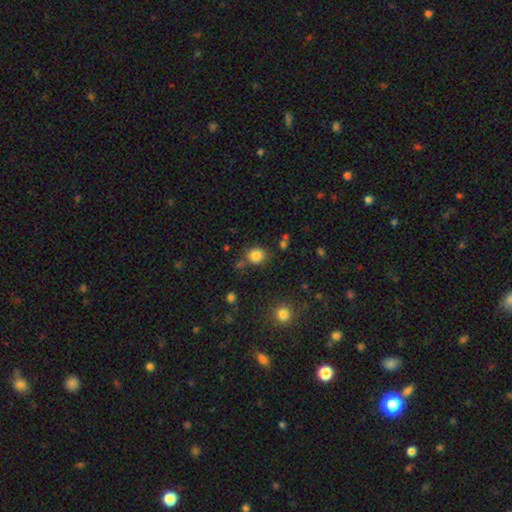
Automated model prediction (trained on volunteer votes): Overall: smooth (84%). How rounded: round (84%). Merging: none (77%).